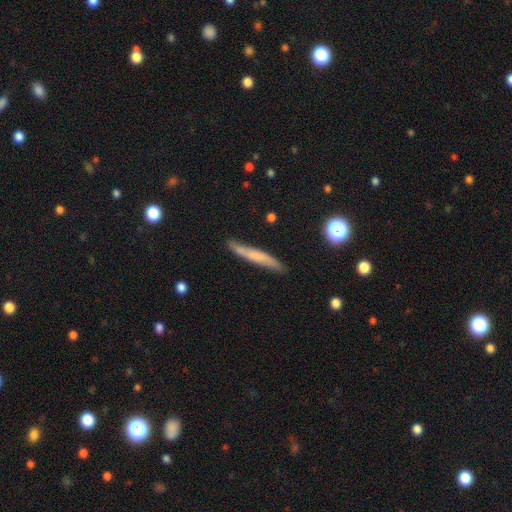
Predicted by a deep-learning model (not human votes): Smooth or featured?
  - smooth: 55% *
  - featured or disk: 38%
  - star or artifact: 7%
How rounded?
  - cigar-shaped: 94% *
  - in between: 4%
  - round: 2%
Merging?
  - none: 80% *
  - minor disturbance: 15%
  - major disturbance: 3%
  - merger: 2%